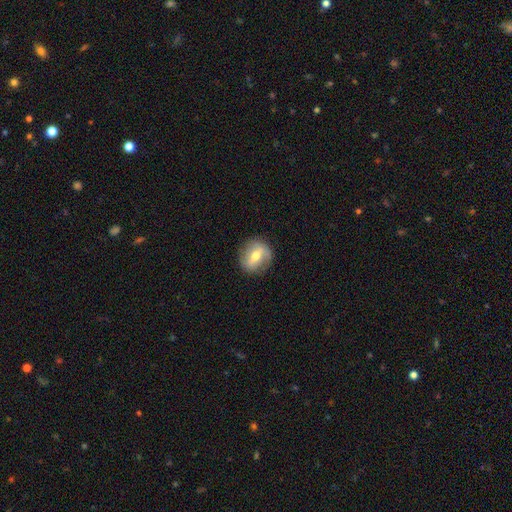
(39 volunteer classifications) This appears to be a featured or disk galaxy (77%) with a strong bar (43%), 2 (82%) tight (35%, tied with loose) spiral arms (61%) and a moderate central bulge (82%). Merging: none (89%).